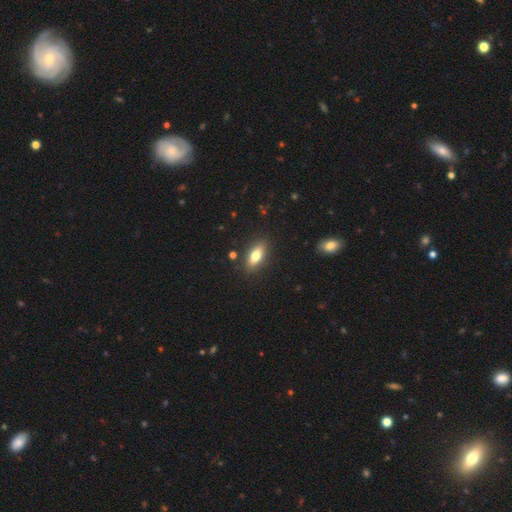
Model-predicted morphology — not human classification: smooth-or-featured: smooth: 71% | featured or disk: 22% | star or artifact: 7%
  how-rounded: in between: 74% | cigar-shaped: 22% | round: 4%
  merging: none: 86% | minor disturbance: 10% | major disturbance: 2% | merger: 2%